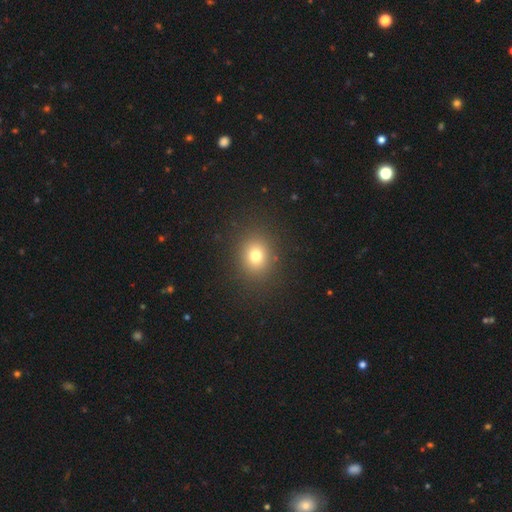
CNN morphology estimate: A smooth galaxy with no disk features (75%) that is round (71%).

Vote fractions:
- Smooth or featured? smooth: 75% / star or artifact: 16% / featured or disk: 9%
- How rounded? round: 71% / in between: 28% / cigar-shaped: 1%
- Merging? none: 88% / minor disturbance: 7% / major disturbance: 4% / merger: 1%